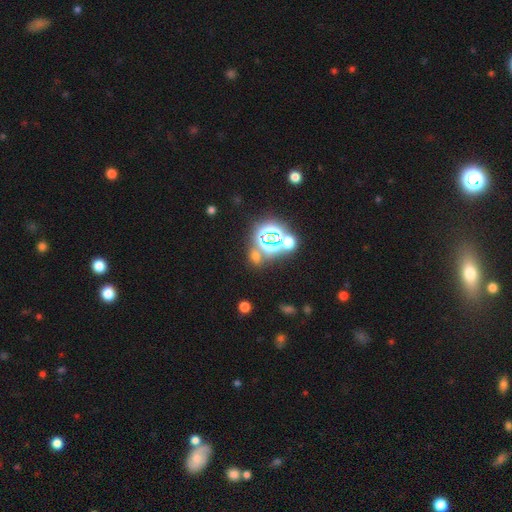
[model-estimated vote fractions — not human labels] A star or artifact, not a galaxy (55%).